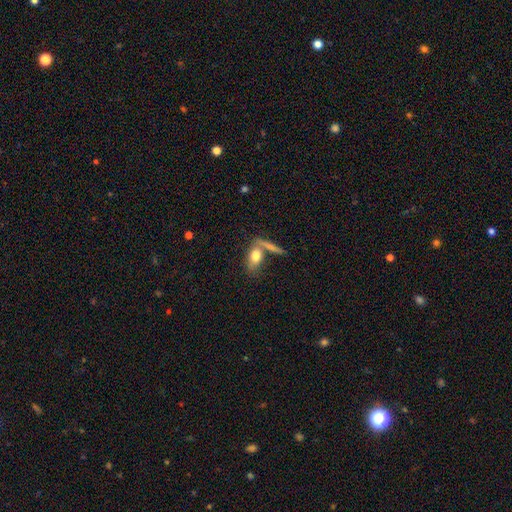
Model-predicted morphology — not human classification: Smooth or featured? Predicted: smooth (p=0.75). How rounded? Predicted: in between (p=0.76). Merging? Predicted: none (p=0.50).